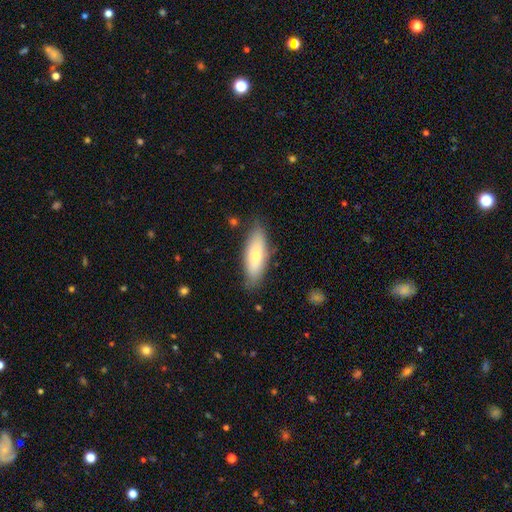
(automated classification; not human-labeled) smooth-or-featured: smooth: 65% | featured or disk: 29% | star or artifact: 7%
  how-rounded: in between: 63% | cigar-shaped: 34% | round: 2%
  merging: none: 80% | minor disturbance: 15% | major disturbance: 3% | merger: 2%